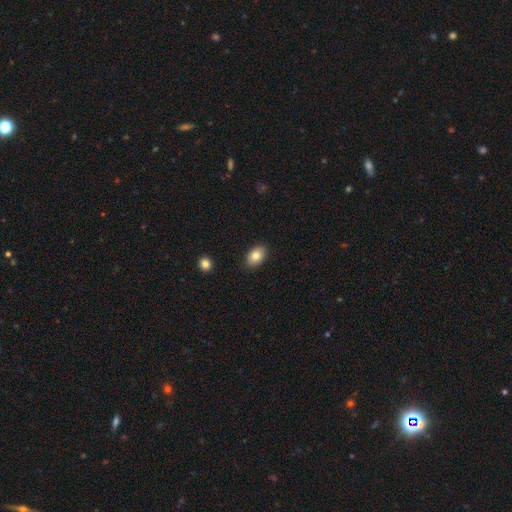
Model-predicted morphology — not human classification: smooth-or-featured: smooth: 82% | featured or disk: 11% | star or artifact: 8%
  how-rounded: in between: 86% | round: 12% | cigar-shaped: 1%
  merging: none: 88% | minor disturbance: 9% | major disturbance: 2% | merger: 1%